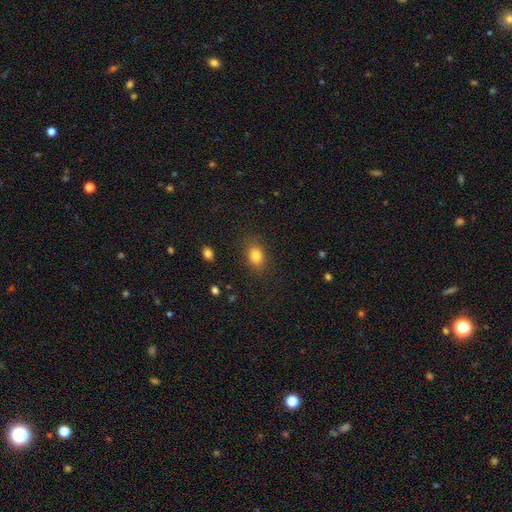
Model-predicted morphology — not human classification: type=smooth (83%); roundness=in between (70%); merging=none (84%).